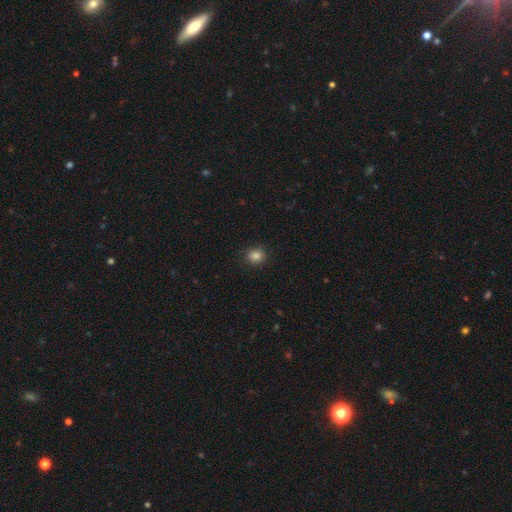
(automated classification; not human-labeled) This is clearly a smooth galaxy (84%). How rounded: clearly round (82%). Merging: clearly none (89%).